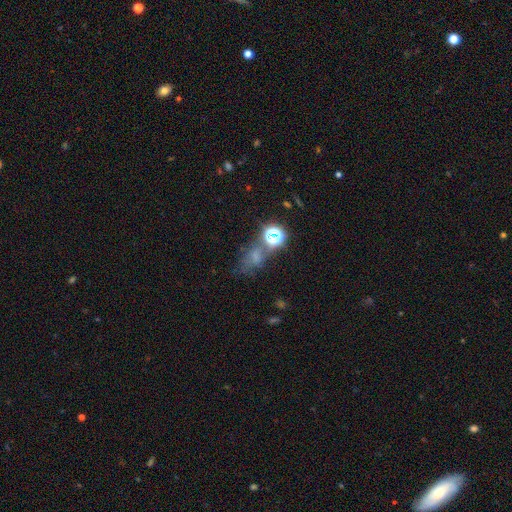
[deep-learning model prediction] Smooth or featured?
  - smooth: 41% *
  - star or artifact: 40%
  - featured or disk: 19%
Merging?
  - none: 44% *
  - minor disturbance: 19%
  - major disturbance: 19%
  - merger: 18%